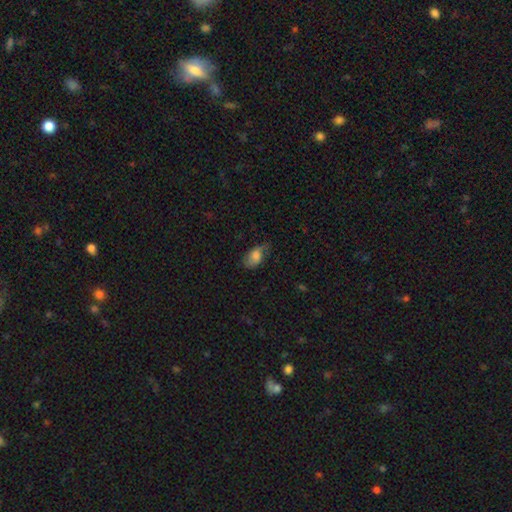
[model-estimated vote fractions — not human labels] Smooth or featured?
  - smooth: 67% *
  - featured or disk: 25%
  - star or artifact: 8%
How rounded?
  - in between: 90% *
  - round: 7%
  - cigar-shaped: 3%
Merging?
  - none: 55% *
  - minor disturbance: 31%
  - major disturbance: 12%
  - merger: 1%